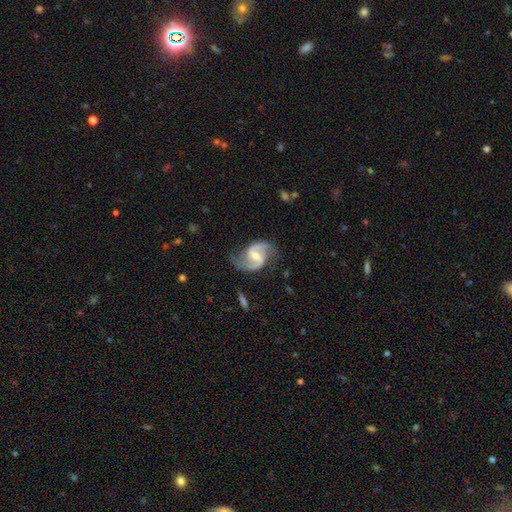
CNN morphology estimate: Smooth or featured?
  - featured or disk: 91% *
  - smooth: 5%
  - star or artifact: 4%
Edge-on disk?
  - no: 98% *
  - yes: 2%
Bar?
  - weak: 54% *
  - strong: 27%
  - no: 19%
Spiral arms?
  - yes: 98% *
  - no: 2%
Spiral winding?
  - medium: 47% *
  - loose: 44%
  - tight: 10%
Spiral arm count?
  - 2: 94% *
  - can't tell: 2%
  - 1: 1%
  - 3: 1%
  - 4: 1%
  - more than 4: 1%
Bulge size?
  - small: 48% *
  - moderate: 42%
  - none: 6%
  - large: 2%
  - dominant: 1%
Merging?
  - none: 75% *
  - minor disturbance: 16%
  - major disturbance: 7%
  - merger: 2%